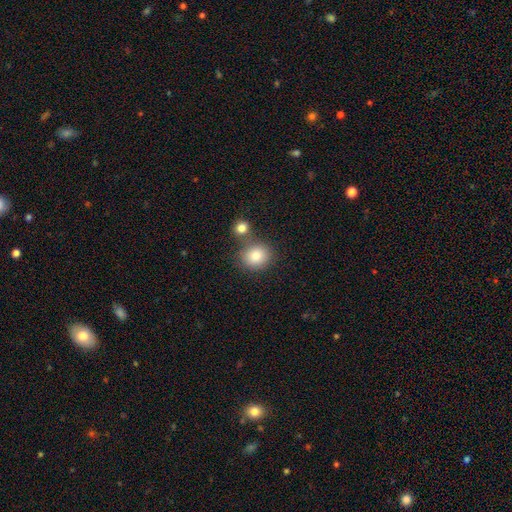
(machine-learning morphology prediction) smooth 84%, star or artifact 9%, featured or disk 7%. Down the decision tree: how rounded — round (73%); merging — none (63%).